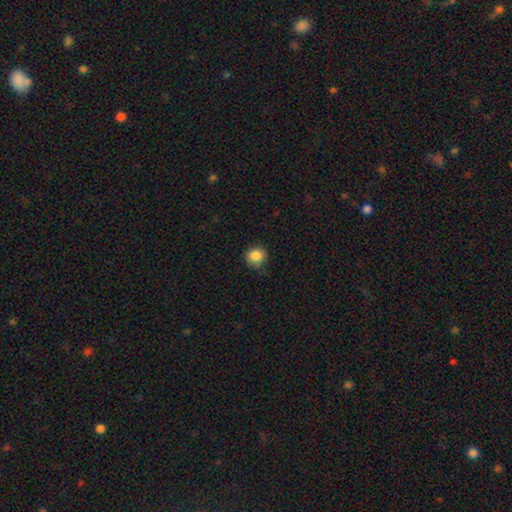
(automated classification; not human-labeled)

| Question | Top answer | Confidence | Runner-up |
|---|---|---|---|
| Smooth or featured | smooth | 86% | star or artifact (10%) |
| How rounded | round | 86% | in between (13%) |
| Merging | none | 76% | minor disturbance (19%) |